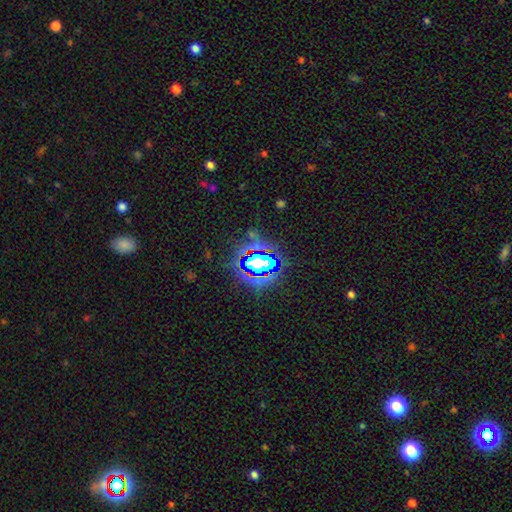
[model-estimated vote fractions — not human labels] This appears to be a star or artifact, not a galaxy (77%).